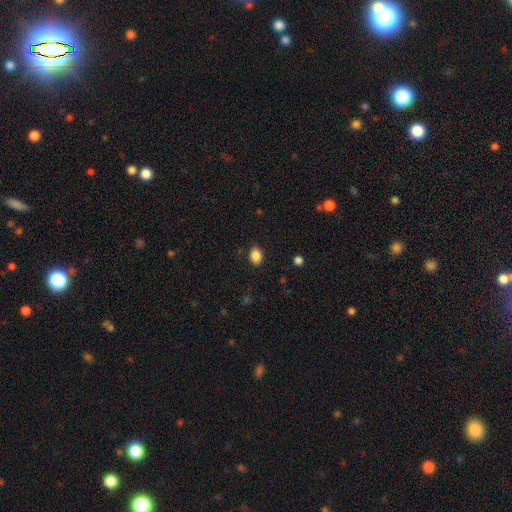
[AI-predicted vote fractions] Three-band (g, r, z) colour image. It shows a smooth galaxy with no disk features (88%) that is in between round and cigar-shaped (70%). Merging: none (86%).